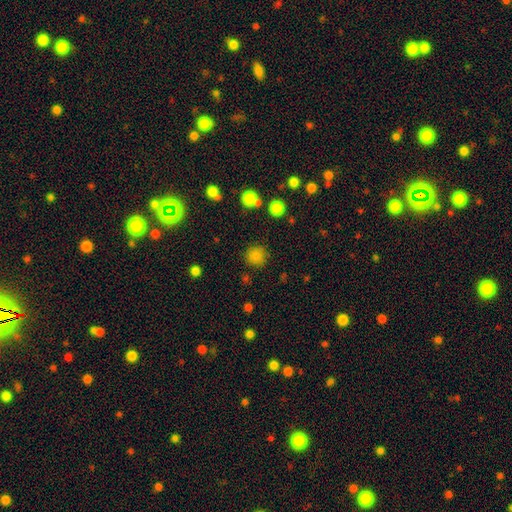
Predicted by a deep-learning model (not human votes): Morphology: type=smooth (82%); roundness=round (92%); merging=none (86%).